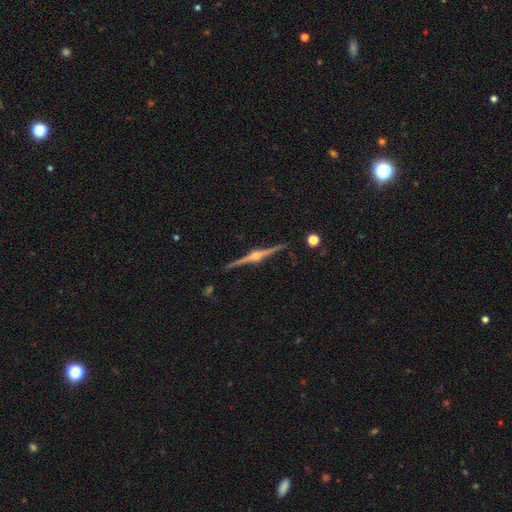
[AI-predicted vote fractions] featured or disk 91%, star or artifact 5%, smooth 4%. Down the decision tree: edge-on disk — yes (99%); edge-on bulge — rounded (95%); merging — none (92%).